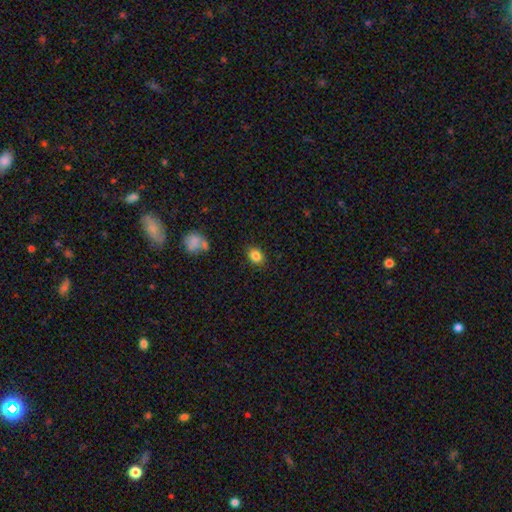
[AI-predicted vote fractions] Q: Smooth or featured?
A: smooth (84%); runner-up: star or artifact (10%)
Q: How rounded?
A: in between (61%); runner-up: round (38%)
Q: Merging?
A: none (85%); runner-up: minor disturbance (10%)